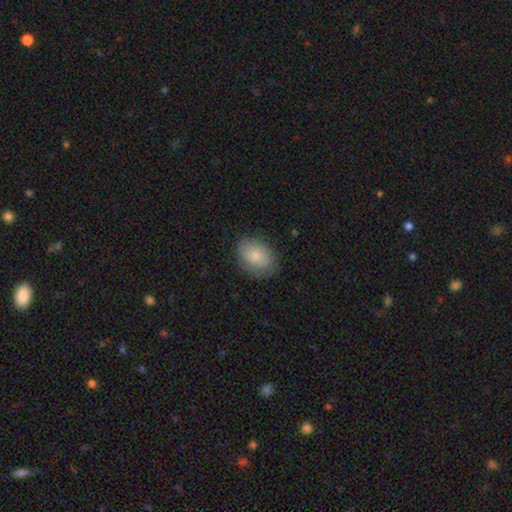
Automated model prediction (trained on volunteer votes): Smooth or featured? smooth (77%)
How rounded? in between (72%)
Merging? none (79%)